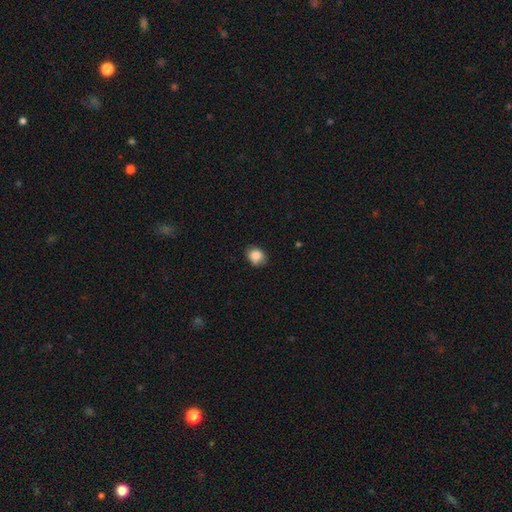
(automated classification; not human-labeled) Smooth or featured? Predicted: smooth (p=0.86). How rounded? Predicted: round (p=0.58). Merging? Predicted: none (p=0.70).